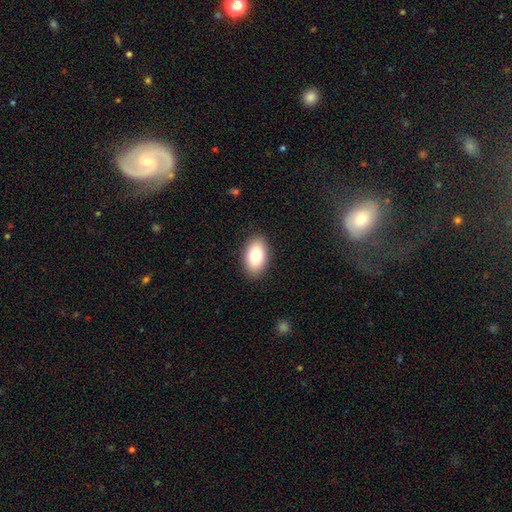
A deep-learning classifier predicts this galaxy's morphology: smooth-or-featured: smooth: 79% | featured or disk: 13% | star or artifact: 8%
  how-rounded: in between: 91% | round: 7% | cigar-shaped: 2%
  merging: none: 88% | minor disturbance: 8% | major disturbance: 2% | merger: 1%